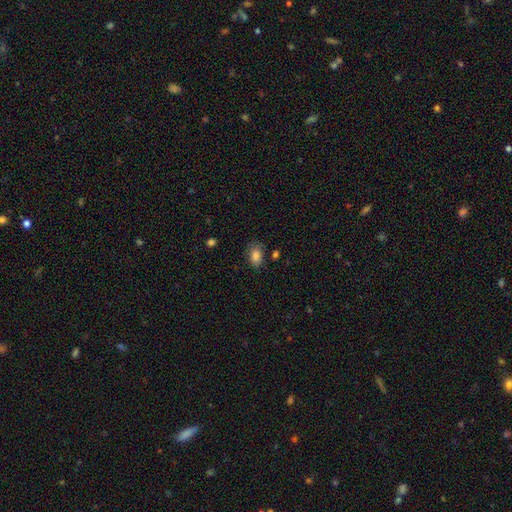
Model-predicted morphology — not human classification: The model was most divided on "merging": none: 72%, minor disturbance: 20%, major disturbance: 6%, merger: 3%. More confident: how rounded — in between (84%); smooth or featured — smooth (83%).